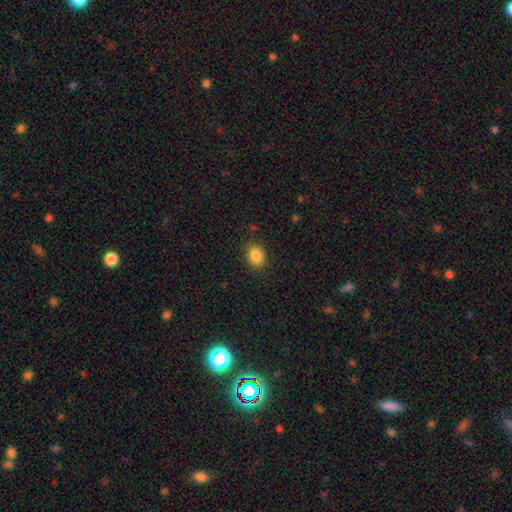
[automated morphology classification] Smooth or featured: smooth — 86% (star or artifact — 9%)
How rounded: in between — 56% (round — 43%)
Merging: none — 87% (minor disturbance — 10%)